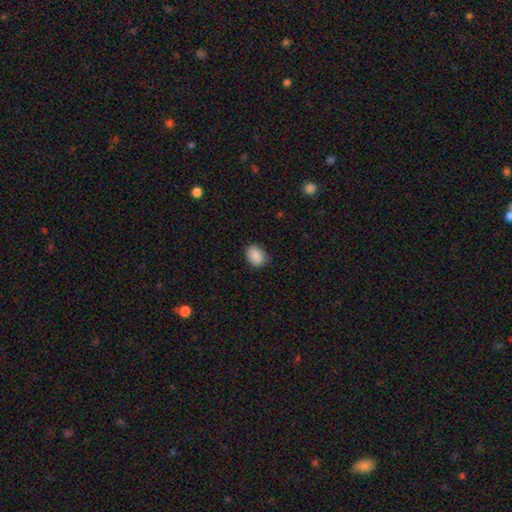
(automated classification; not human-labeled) Q: Smooth or featured?
A: smooth (89%); runner-up: star or artifact (8%)
Q: How rounded?
A: in between (67%); runner-up: round (32%)
Q: Merging?
A: none (83%); runner-up: minor disturbance (13%)